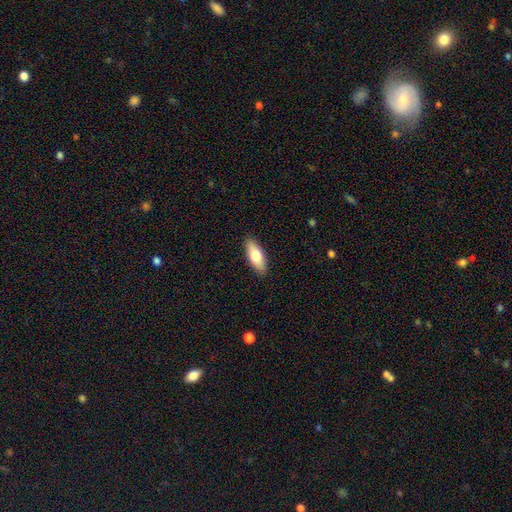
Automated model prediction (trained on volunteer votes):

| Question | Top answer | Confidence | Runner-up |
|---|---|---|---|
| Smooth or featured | smooth | 75% | featured or disk (19%) |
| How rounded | in between | 75% | cigar-shaped (23%) |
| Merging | none | 89% | minor disturbance (8%) |